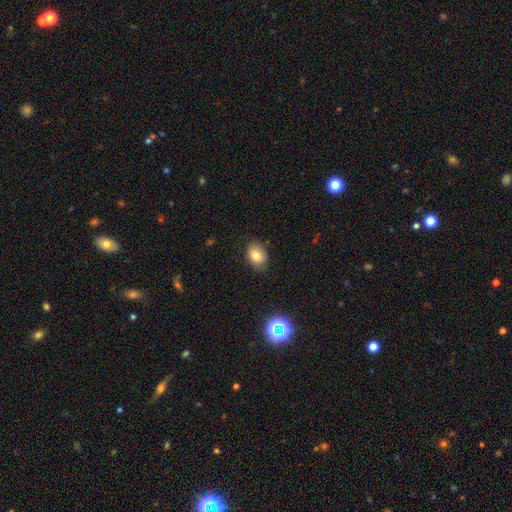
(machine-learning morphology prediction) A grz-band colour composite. It shows a smooth galaxy with no disk features (77%) that is in between round and cigar-shaped (73%). Merging: none (81%).